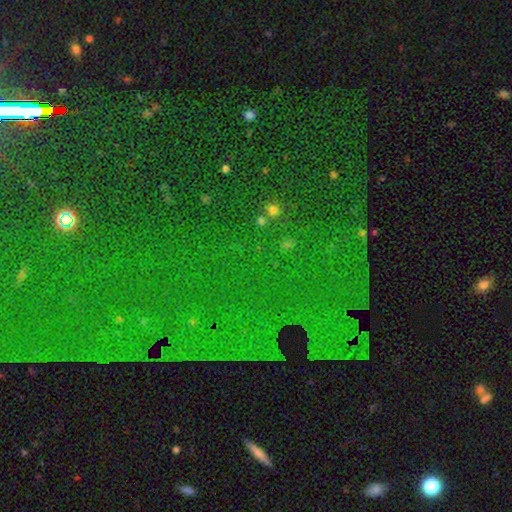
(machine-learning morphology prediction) smooth_or_featured: star or artifact (p=0.81) [alt: smooth p=0.10]